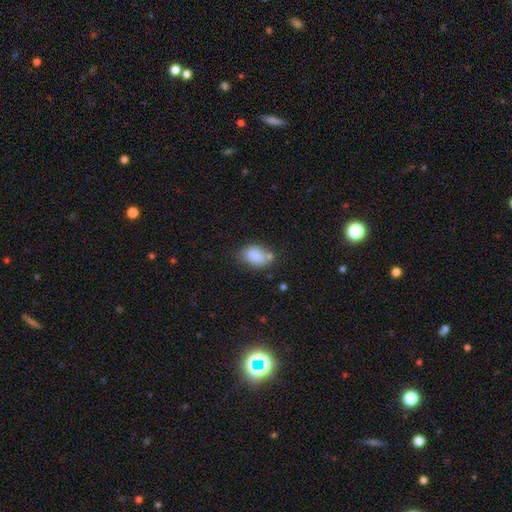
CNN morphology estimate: Smooth or featured: smooth — 83% (star or artifact — 9%)
How rounded: in between — 82% (round — 16%)
Merging: none — 52% (minor disturbance — 25%)